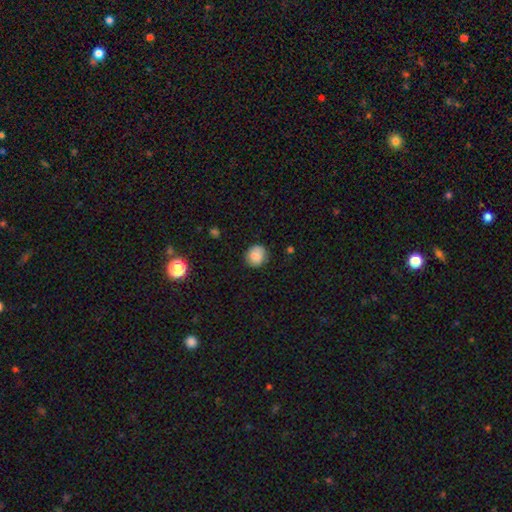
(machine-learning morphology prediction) smooth 82%, star or artifact 9%, featured or disk 9%. Down the decision tree: how rounded — round (84%); merging — none (81%).